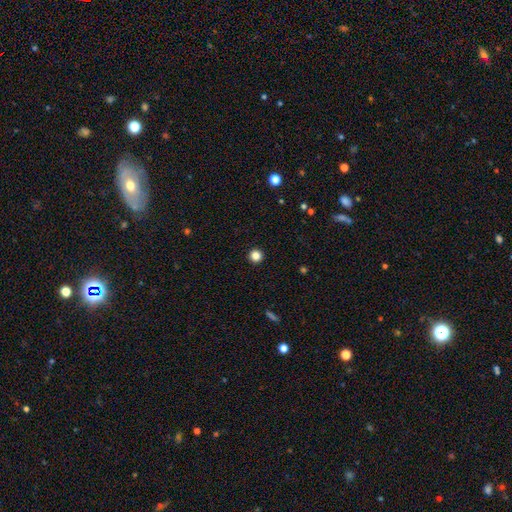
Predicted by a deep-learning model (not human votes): Smooth or featured? smooth (84%)
How rounded? round (96%)
Merging? none (94%)